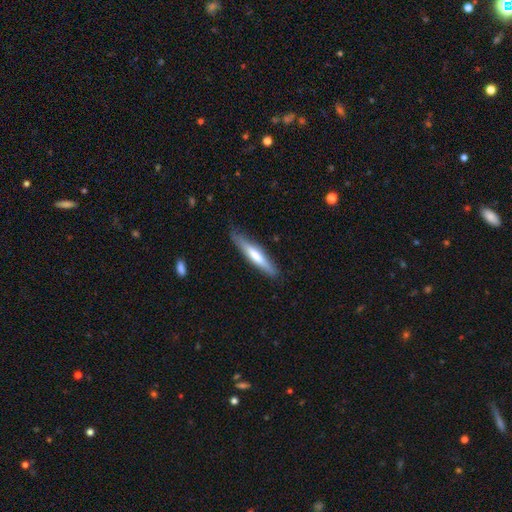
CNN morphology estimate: type=smooth (57%); roundness=cigar-shaped (90%); merging=none (81%).